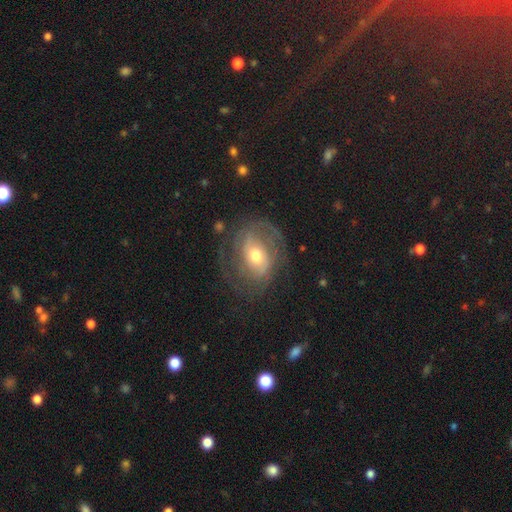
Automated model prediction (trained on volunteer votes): featured or disk 76%, smooth 18%, star or artifact 7%. Down the decision tree: edge-on disk — no (96%); bar — no (53%); spiral arms — yes (83%); spiral arm count — 2 (48%); spiral winding — tight (44%); bulge size — moderate (68%); merging — none (64%).